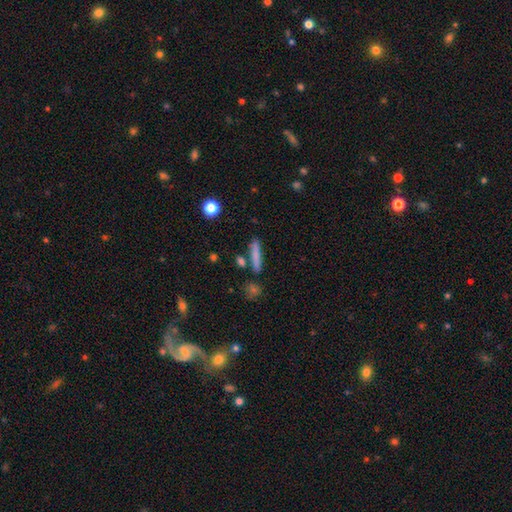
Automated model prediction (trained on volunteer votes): Overall: smooth (78%). How rounded: cigar-shaped (88%). Merging: none (80%).